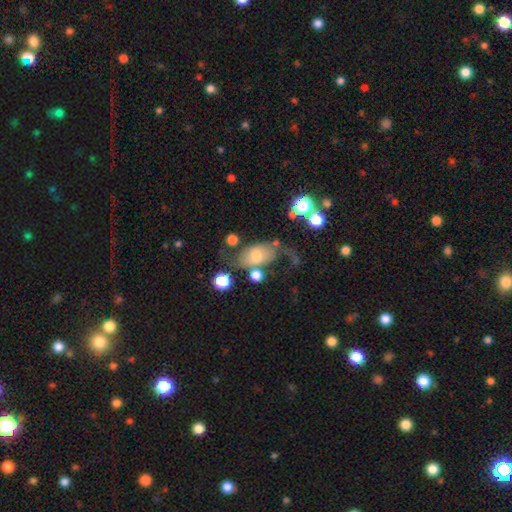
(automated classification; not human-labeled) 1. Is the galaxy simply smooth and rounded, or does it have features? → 48% smooth, 41% featured or disk, 12% star or artifact.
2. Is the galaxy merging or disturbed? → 42% none, 23% major disturbance, 23% minor disturbance, 12% merger.